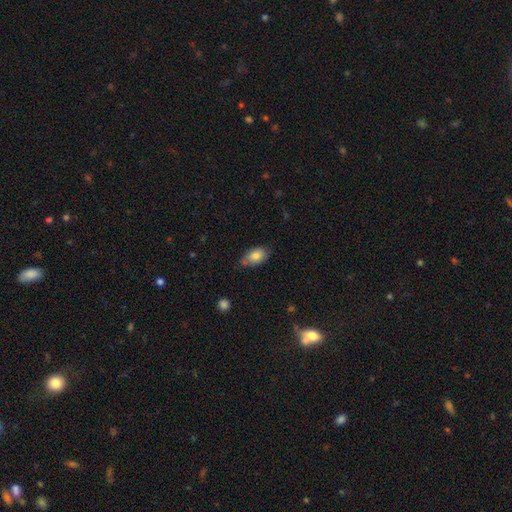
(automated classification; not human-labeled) smooth-or-featured: smooth: 81% | featured or disk: 12% | star or artifact: 7%
  how-rounded: in between: 91% | round: 7% | cigar-shaped: 2%
  merging: none: 65% | minor disturbance: 28% | major disturbance: 5% | merger: 3%